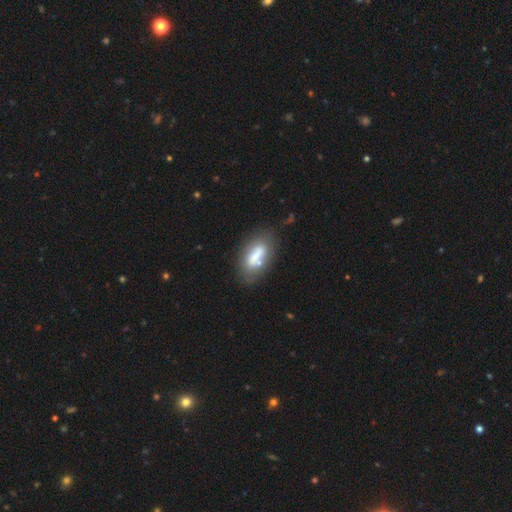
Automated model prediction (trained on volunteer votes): Smooth or featured?
  - smooth: 58% *
  - featured or disk: 33%
  - star or artifact: 9%
How rounded?
  - in between: 78% *
  - cigar-shaped: 17%
  - round: 4%
Merging?
  - none: 54% *
  - minor disturbance: 21%
  - merger: 16%
  - major disturbance: 10%